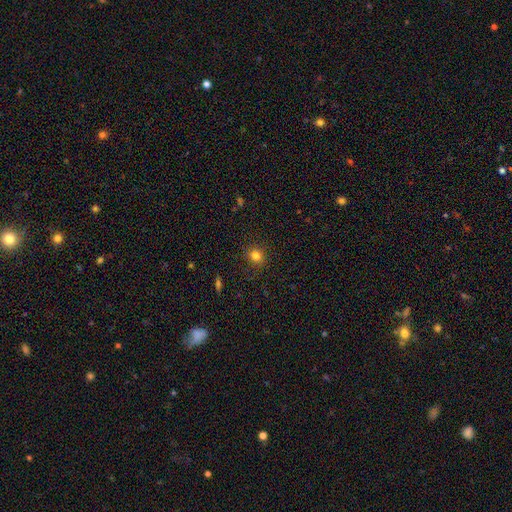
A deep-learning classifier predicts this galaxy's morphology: A smooth galaxy with no disk features (81%) that is round (77%). Merging: none (87%).